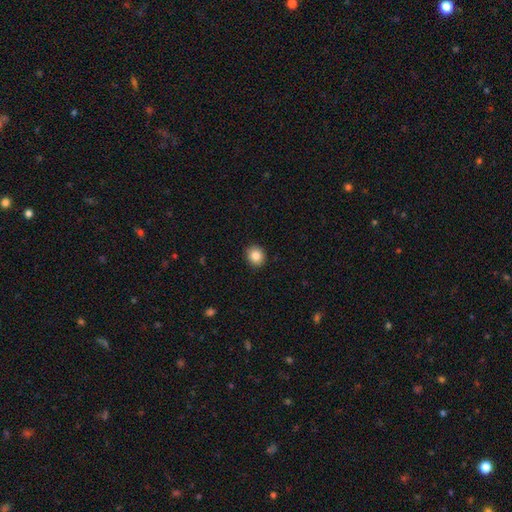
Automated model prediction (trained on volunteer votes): A smooth galaxy with no disk features (85%) that is round (77%).

Vote fractions:
- Smooth or featured? smooth: 85% / star or artifact: 9% / featured or disk: 6%
- How rounded? round: 77% / in between: 22% / cigar-shaped: 1%
- Merging? none: 92% / minor disturbance: 6% / major disturbance: 2% / merger: 1%